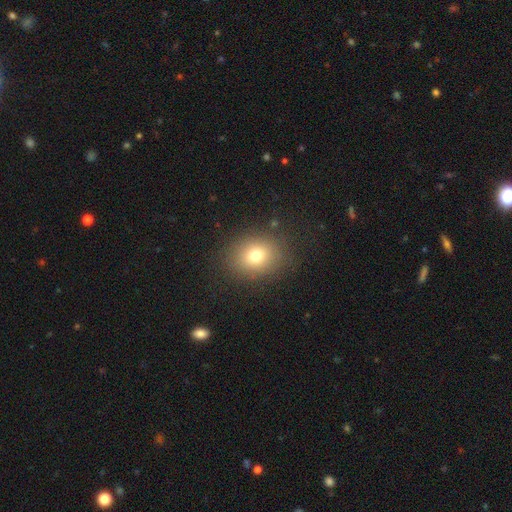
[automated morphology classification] Smooth or featured? Predicted: smooth (p=0.74). How rounded? Predicted: round (p=0.57). Merging? Predicted: none (p=0.85).